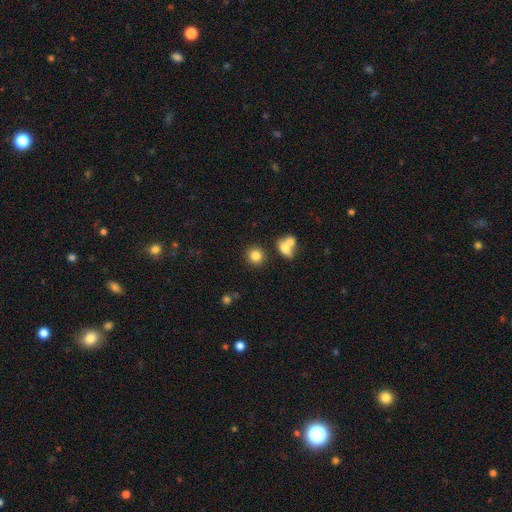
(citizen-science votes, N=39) smooth-or-featured: smooth: 87% | star or artifact: 8% | featured or disk: 5%
  how-rounded: round: 74% | in between: 26% | cigar-shaped: 0%
  merging: none: 86% | merger: 8% | minor disturbance: 6% | major disturbance: 0%